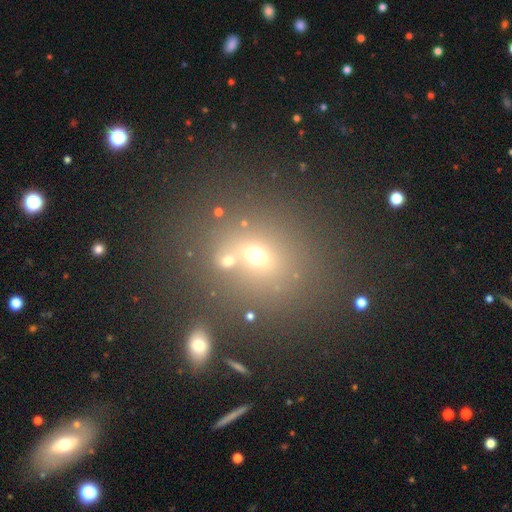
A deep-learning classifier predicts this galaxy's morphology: type=smooth (56%); roundness=round (59%); merging=none (63%).